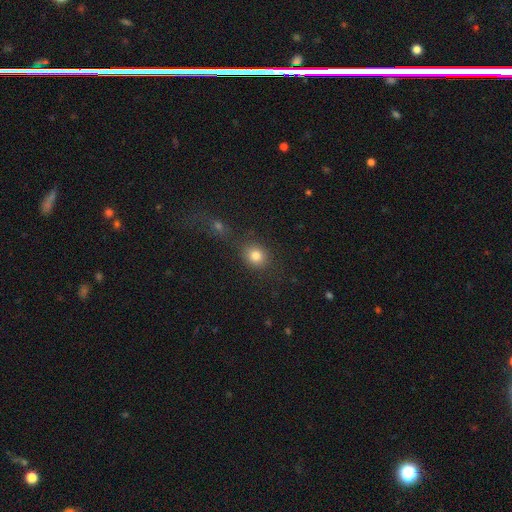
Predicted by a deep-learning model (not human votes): smooth 81%, star or artifact 12%, featured or disk 7%. Down the decision tree: how rounded — round (72%); merging — none (73%).